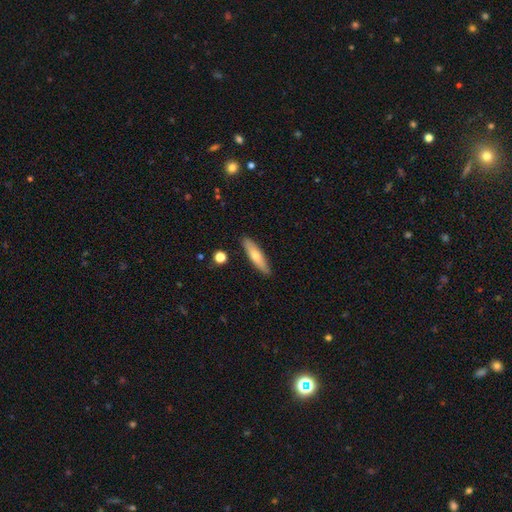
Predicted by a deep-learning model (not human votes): Smooth or featured?
  - smooth: 64% *
  - featured or disk: 30%
  - star or artifact: 6%
How rounded?
  - cigar-shaped: 72% *
  - in between: 26%
  - round: 2%
Merging?
  - none: 87% *
  - minor disturbance: 10%
  - merger: 2%
  - major disturbance: 2%